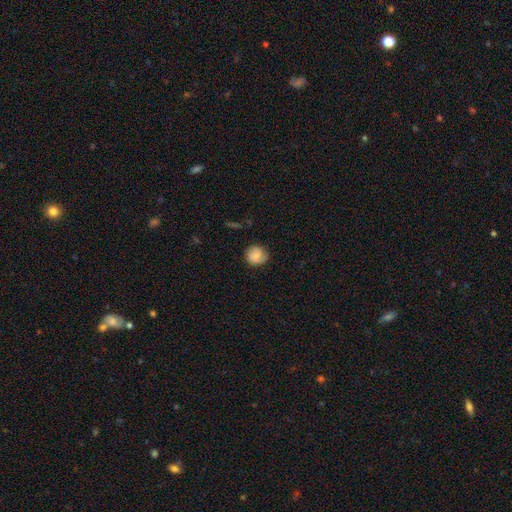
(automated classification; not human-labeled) This is likely a smooth galaxy (75%). How rounded: clearly round (88%). Merging: likely none (78%).